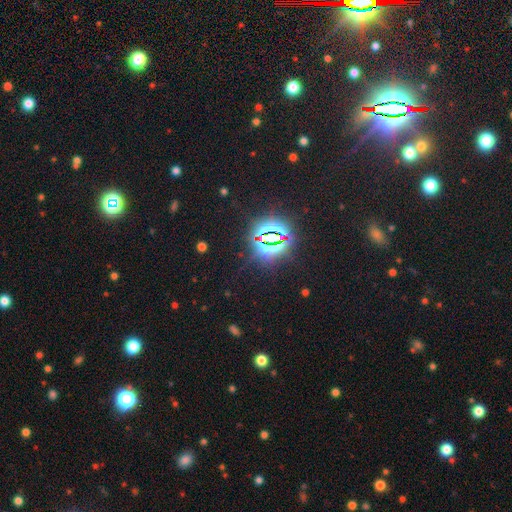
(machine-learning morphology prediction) Smooth or featured? star or artifact (83%)